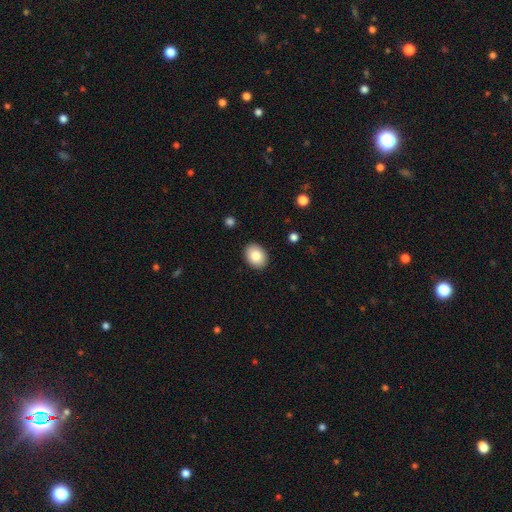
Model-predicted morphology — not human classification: smooth-or-featured: smooth: 85% | featured or disk: 8% | star or artifact: 7%
  how-rounded: in between: 67% | round: 32% | cigar-shaped: 1%
  merging: none: 90% | minor disturbance: 7% | major disturbance: 2% | merger: 1%